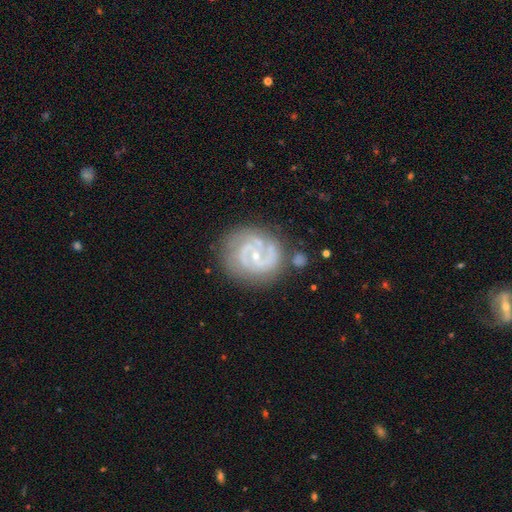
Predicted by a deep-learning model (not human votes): Smooth or featured? featured or disk (87%)
Edge-on disk? no (98%)
Bar? no (52%)
Spiral arms? yes (96%)
Spiral winding? tight (52%)
Spiral arm count? 2 (65%)
Bulge size? small (71%)
Merging? none (71%)